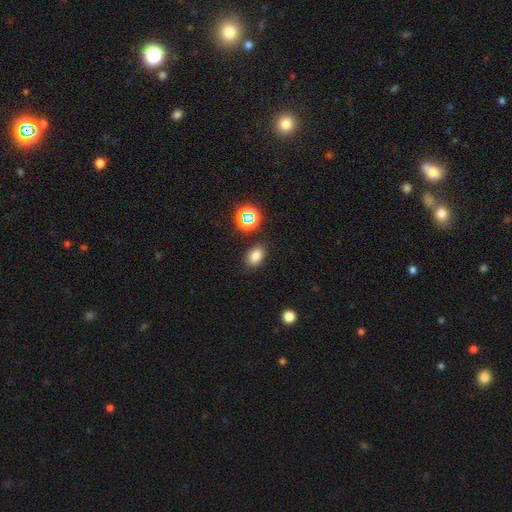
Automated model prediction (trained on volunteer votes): Smooth or featured? Predicted: smooth (p=0.77). How rounded? Predicted: in between (p=0.76). Merging? Predicted: none (p=0.84).